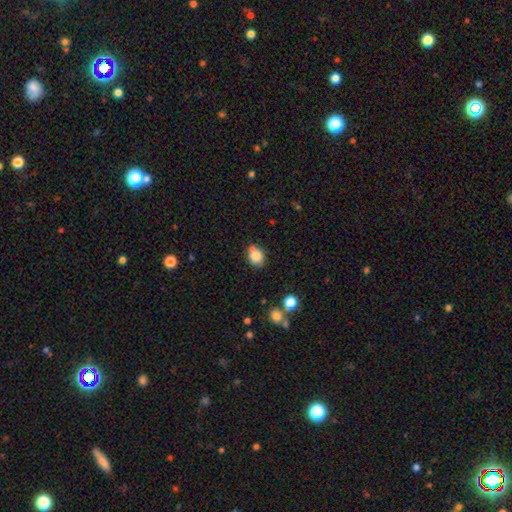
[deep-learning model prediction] Smooth or featured? Predicted: smooth (p=0.82). How rounded? Predicted: in between (p=0.53). Merging? Predicted: none (p=0.63).